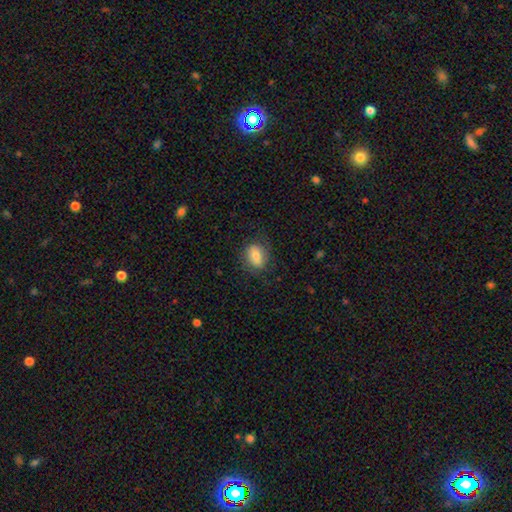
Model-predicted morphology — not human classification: Smooth or featured? smooth (74%)
How rounded? in between (69%)
Merging? none (73%)